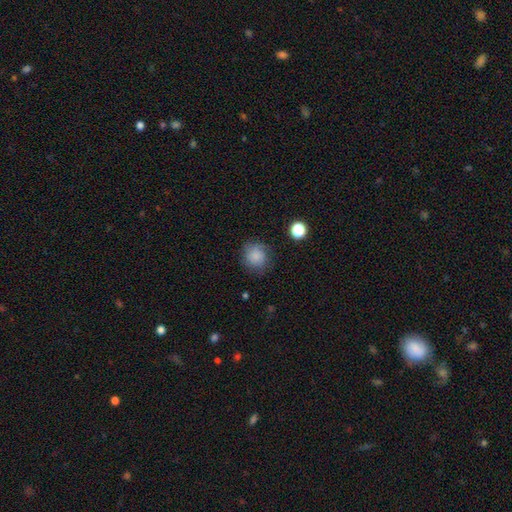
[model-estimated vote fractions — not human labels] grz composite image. It shows a smooth galaxy with no disk features (77%) that is round (82%). Merging: none (72%).